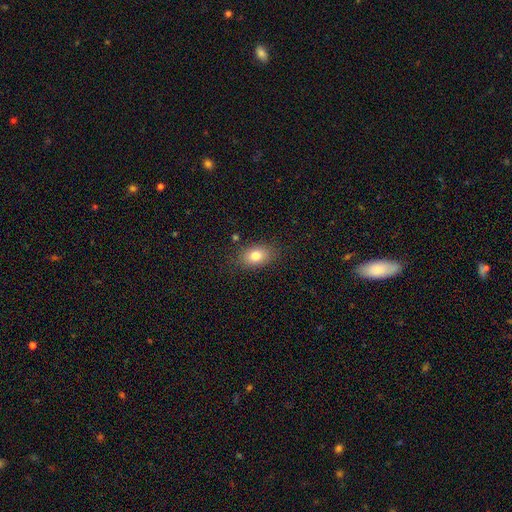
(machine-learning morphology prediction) Smooth or featured?
  - smooth: 80% *
  - featured or disk: 11%
  - star or artifact: 10%
How rounded?
  - in between: 83% *
  - round: 15%
  - cigar-shaped: 2%
Merging?
  - none: 83% *
  - minor disturbance: 12%
  - major disturbance: 3%
  - merger: 2%